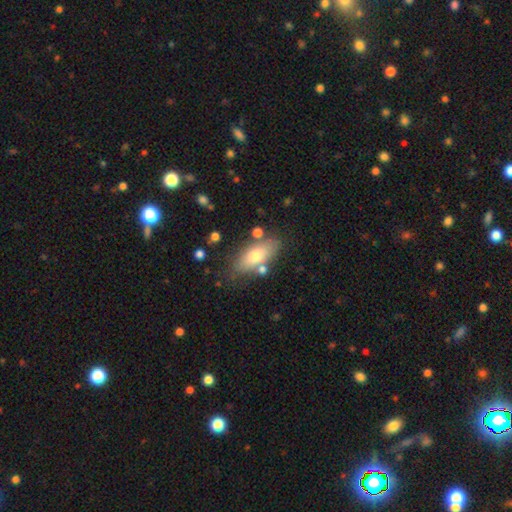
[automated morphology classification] A smooth galaxy with no disk features (70%) that is in between round and cigar-shaped (81%).

Vote fractions:
- Smooth or featured? smooth: 70% / featured or disk: 23% / star or artifact: 7%
- How rounded? in between: 81% / cigar-shaped: 16% / round: 3%
- Merging? none: 74% / minor disturbance: 14% / merger: 7% / major disturbance: 4%